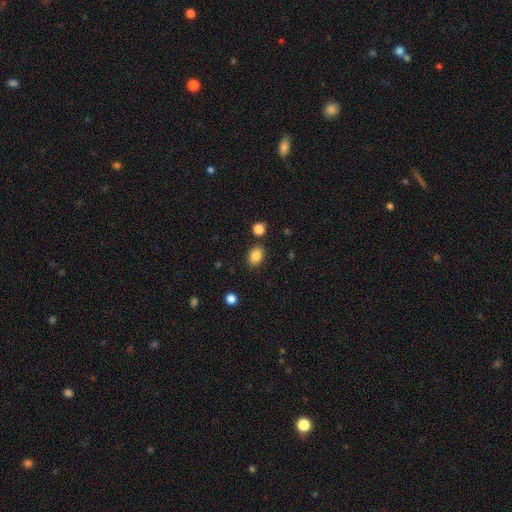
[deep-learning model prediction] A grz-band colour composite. It shows a smooth galaxy with no disk features (86%) that is in between round and cigar-shaped (75%). Merging: none (83%).